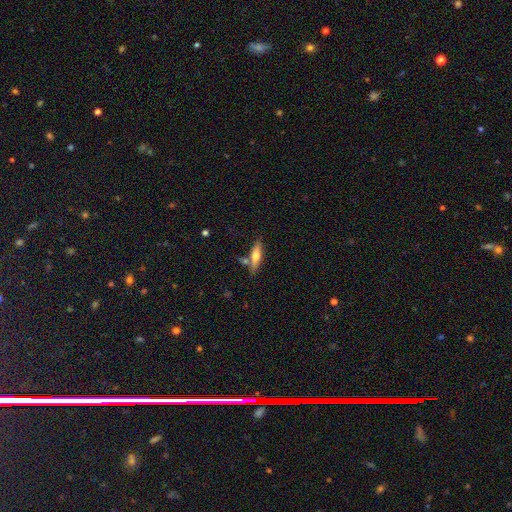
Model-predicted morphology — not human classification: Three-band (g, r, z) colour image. It shows a smooth galaxy with no disk features (54%) that is cigar-shaped (70%). Merging: none (69%).